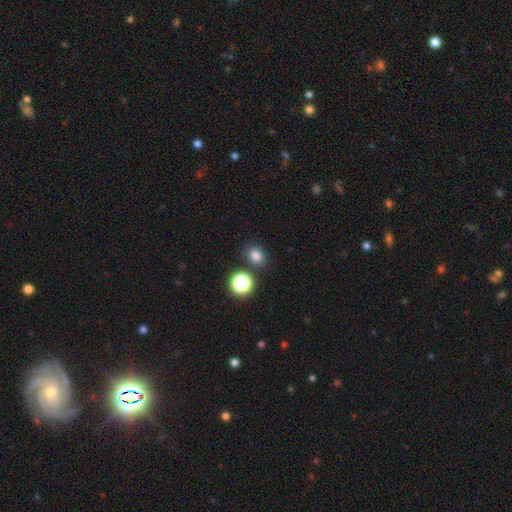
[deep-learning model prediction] smooth-or-featured: smooth: 79% | star or artifact: 16% | featured or disk: 5%
  how-rounded: round: 50% | in between: 49% | cigar-shaped: 1%
  merging: none: 81% | minor disturbance: 10% | merger: 7% | major disturbance: 3%